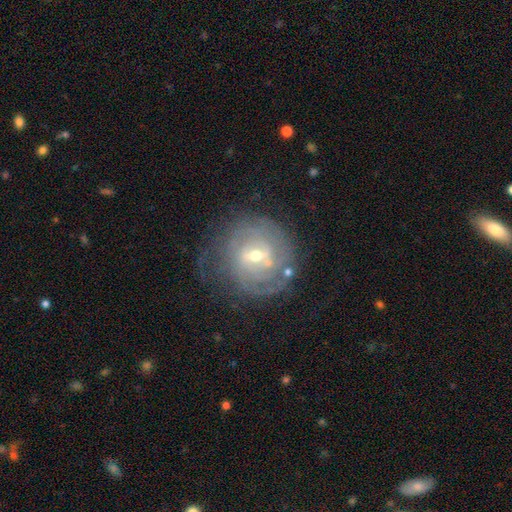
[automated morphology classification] featured or disk 82%, smooth 11%, star or artifact 7%. Down the decision tree: edge-on disk — no (97%); bar — weak (56%); spiral arms — yes (89%); spiral arm count — can't tell (44%); spiral winding — tight (71%); bulge size — moderate (48%, tied with small); merging — none (69%).